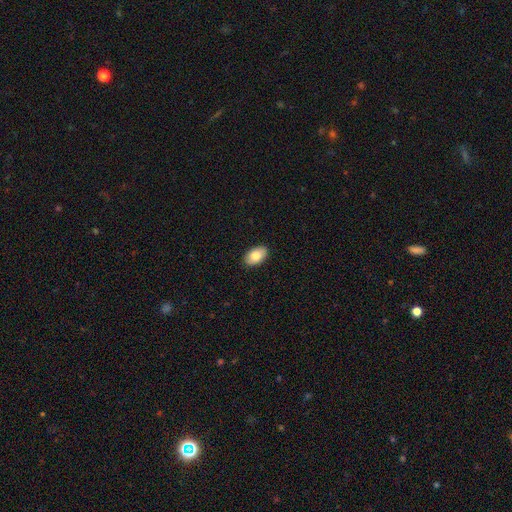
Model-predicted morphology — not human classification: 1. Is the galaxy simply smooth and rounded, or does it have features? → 80% smooth, 13% featured or disk, 7% star or artifact.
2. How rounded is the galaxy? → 92% in between, 7% round, 1% cigar-shaped.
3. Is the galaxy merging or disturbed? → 89% none, 8% minor disturbance, 2% major disturbance, 1% merger.